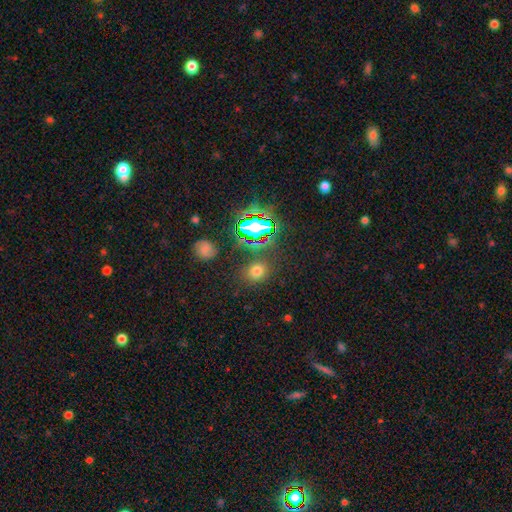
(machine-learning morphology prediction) This appears to be a star or artifact, not a galaxy (68%).